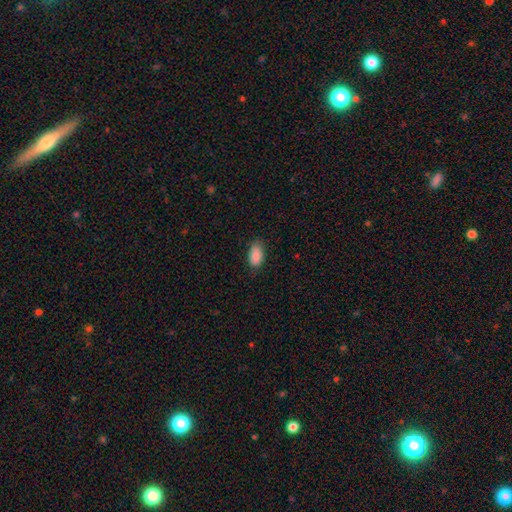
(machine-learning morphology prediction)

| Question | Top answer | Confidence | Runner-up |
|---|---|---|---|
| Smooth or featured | smooth | 89% | star or artifact (7%) |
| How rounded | in between | 93% | round (4%) |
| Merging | none | 81% | minor disturbance (16%) |